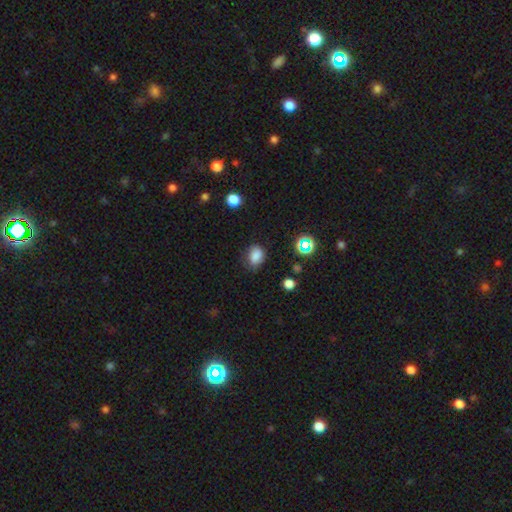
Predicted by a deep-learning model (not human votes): A smooth galaxy with no disk features (81%) that is in between round and cigar-shaped (69%). Merging: none (66%).